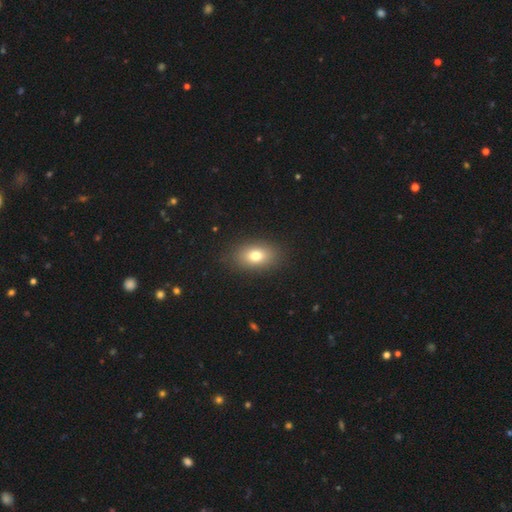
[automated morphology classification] Smooth or featured? Predicted: smooth (p=0.77). How rounded? Predicted: in between (p=0.82). Merging? Predicted: none (p=0.87).